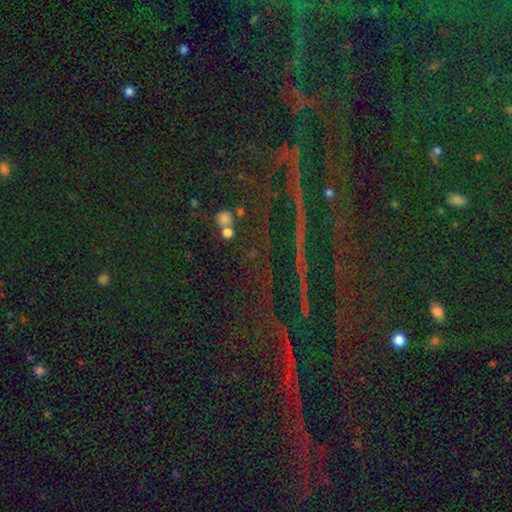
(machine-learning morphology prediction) star or artifact 84%, smooth 8%, featured or disk 8%.